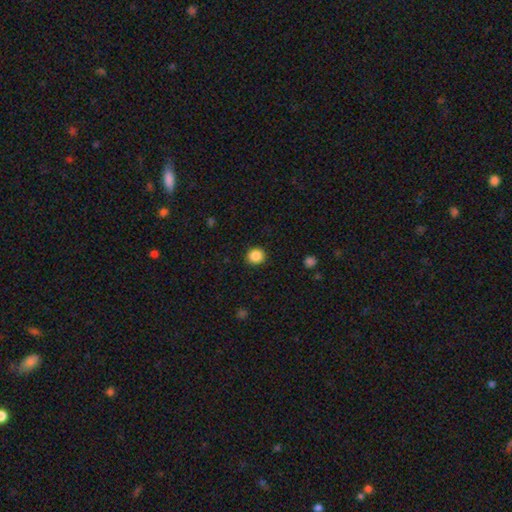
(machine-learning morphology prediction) Smooth or featured? Predicted: smooth (p=0.87). How rounded? Predicted: round (p=0.88). Merging? Predicted: none (p=0.91).